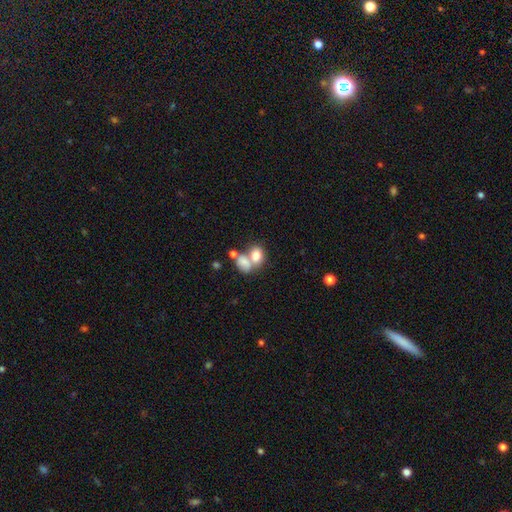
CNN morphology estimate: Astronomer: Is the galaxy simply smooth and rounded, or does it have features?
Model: smooth — 77%.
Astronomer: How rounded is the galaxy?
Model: in between — 68%.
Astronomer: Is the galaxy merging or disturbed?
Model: merger — 57%.